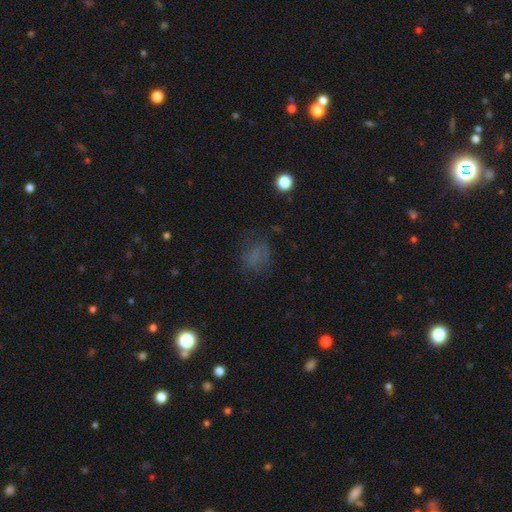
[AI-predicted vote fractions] smooth 55%, star or artifact 26%, featured or disk 19%. Down the decision tree: how rounded — round (55%); merging — none (62%).